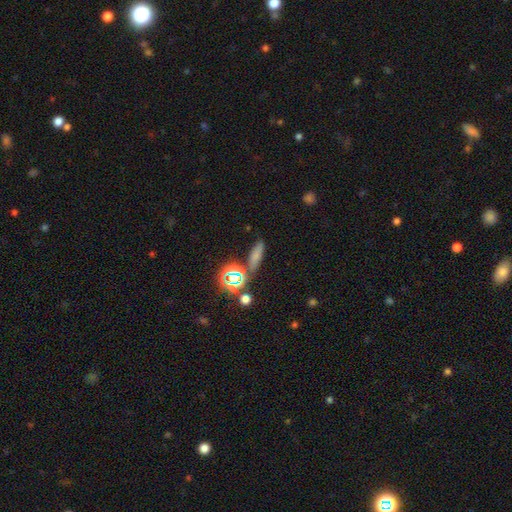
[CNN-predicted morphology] smooth_or_featured: smooth (p=0.67) [alt: star or artifact p=0.22]
how_rounded: cigar-shaped (p=0.57) [alt: in between p=0.34]
merging: none (p=0.78) [alt: minor disturbance p=0.11]